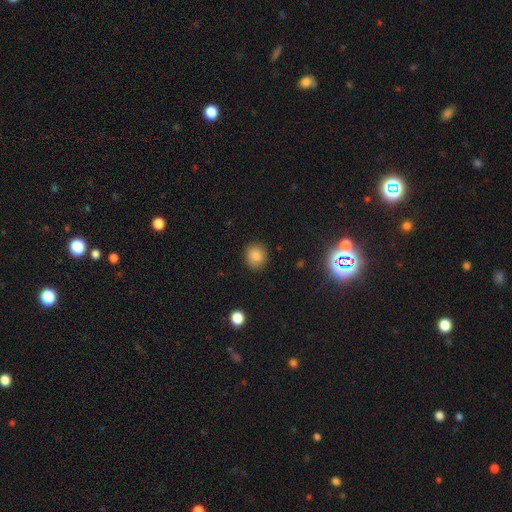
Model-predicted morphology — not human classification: smooth_or_featured: smooth (p=0.85) [alt: star or artifact p=0.11]
how_rounded: round (p=0.82) [alt: in between p=0.17]
merging: none (p=0.89) [alt: minor disturbance p=0.08]